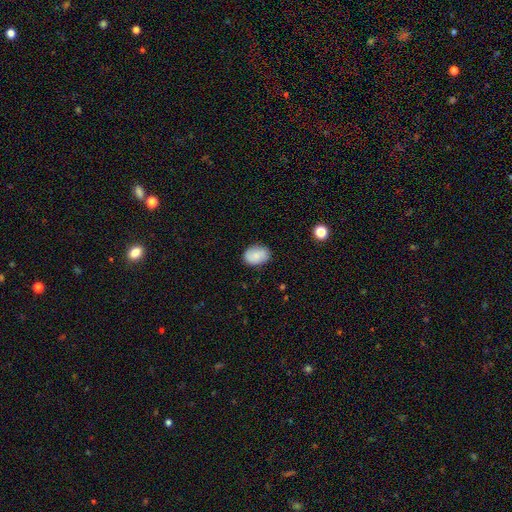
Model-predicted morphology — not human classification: smooth-or-featured: smooth: 80% | featured or disk: 12% | star or artifact: 7%
  how-rounded: in between: 78% | round: 21% | cigar-shaped: 1%
  merging: none: 82% | minor disturbance: 14% | major disturbance: 3% | merger: 1%